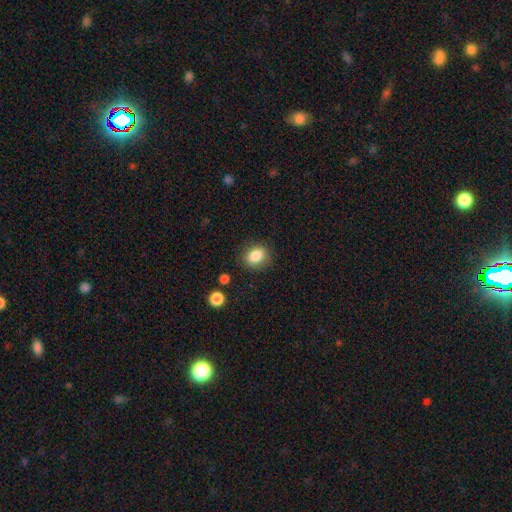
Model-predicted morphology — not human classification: This appears to be a smooth galaxy with no disk features (85%) that is in between round and cigar-shaped (61%). Merging: none (84%).